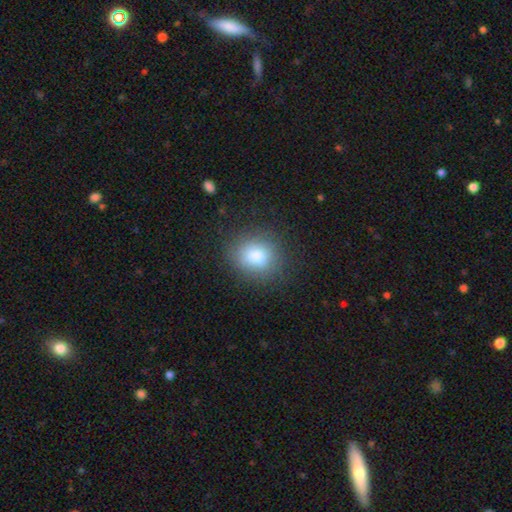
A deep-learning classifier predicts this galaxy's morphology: This is likely a smooth galaxy (78%). How rounded: likely round (66%). Merging: likely none (75%).